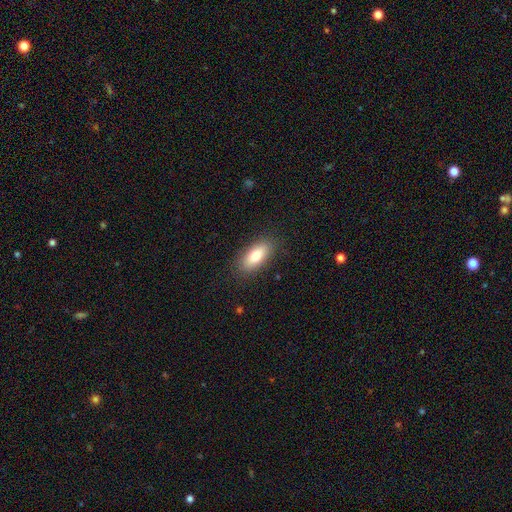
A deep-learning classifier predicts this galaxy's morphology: Smooth or featured? Predicted: smooth (p=0.79). How rounded? Predicted: in between (p=0.83). Merging? Predicted: none (p=0.87).